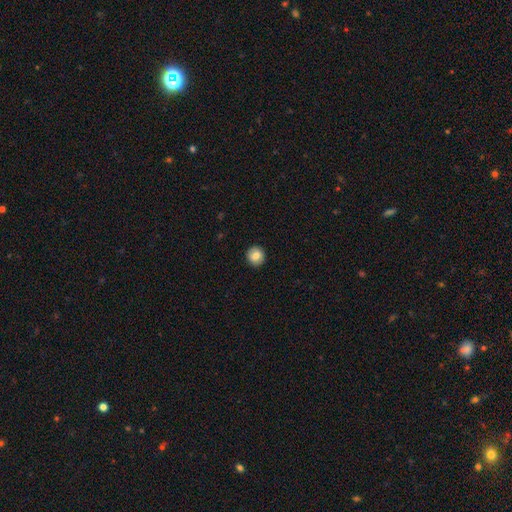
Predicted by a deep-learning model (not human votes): smooth_or_featured: smooth (p=0.81) [alt: featured or disk p=0.10]
how_rounded: round (p=0.92) [alt: in between p=0.07]
merging: none (p=0.92) [alt: minor disturbance p=0.06]